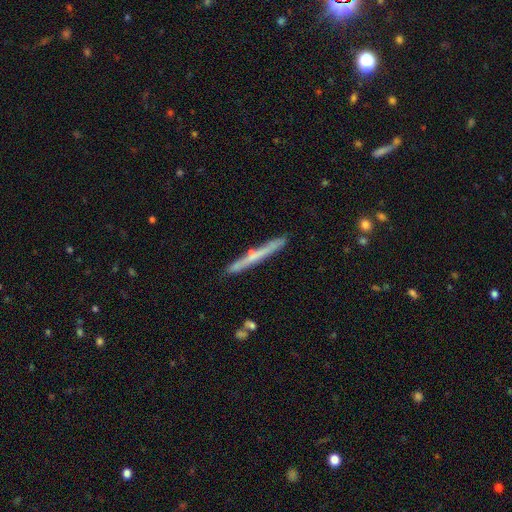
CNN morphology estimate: This appears to be a featured or disk galaxy (53%) viewed edge-on (95%) with no central bulge (69%). Merging: none (85%).